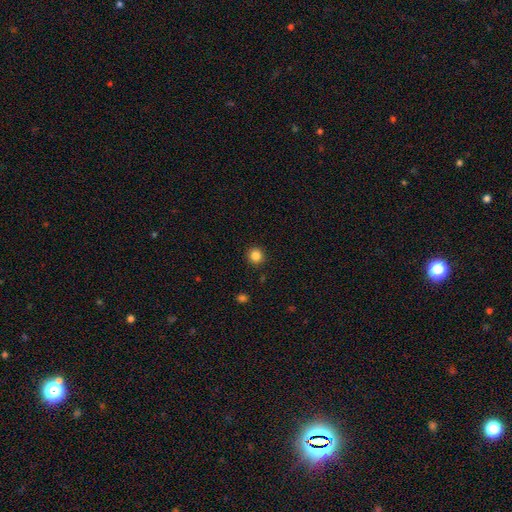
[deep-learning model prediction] Morphology: type=smooth (85%); roundness=round (93%); merging=none (92%).